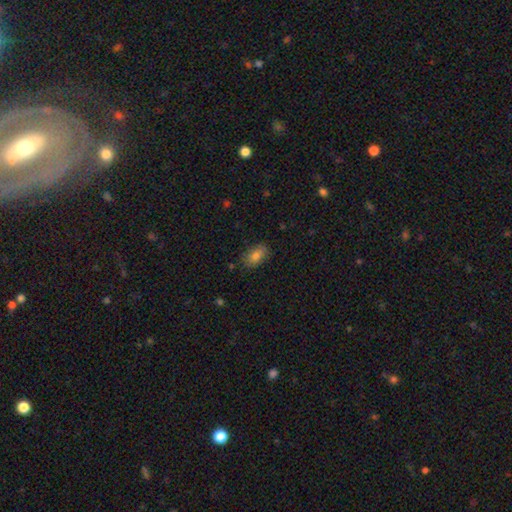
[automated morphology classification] This appears to be a smooth galaxy with no disk features (80%) that is in between round and cigar-shaped (88%). Merging: none (82%).